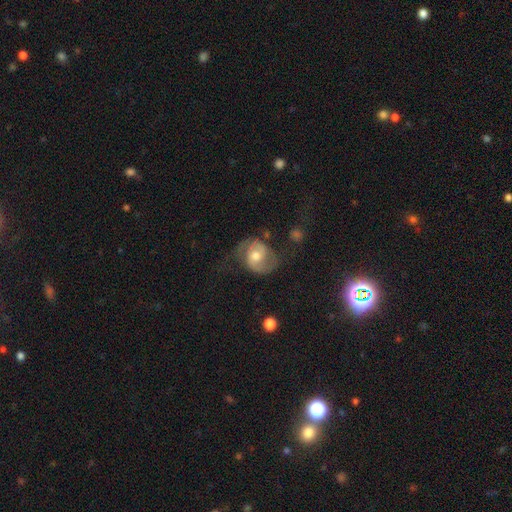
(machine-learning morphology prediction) This is likely a featured or disk galaxy (73%). It is clearly not viewed edge-on (97%). Bar: possibly no (56%). Spiral arm pattern: clearly yes (91%). Spiral arm count: clearly 2 (87%). Spiral winding: possibly medium (48%). Central bulge: likely moderate (69%). Merging: possibly none (57%).